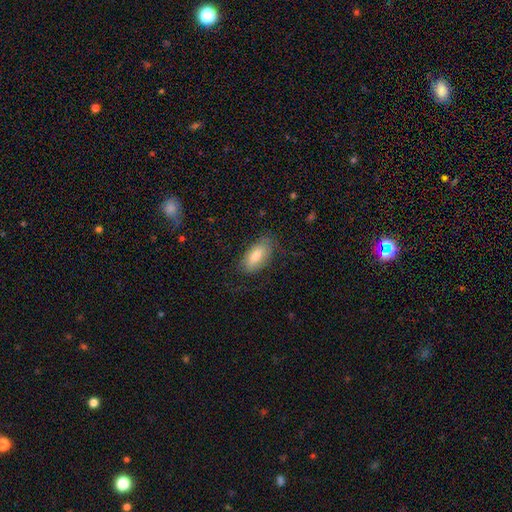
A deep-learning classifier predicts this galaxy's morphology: Overall: smooth (74%). How rounded: in between (90%). Merging: none (73%).